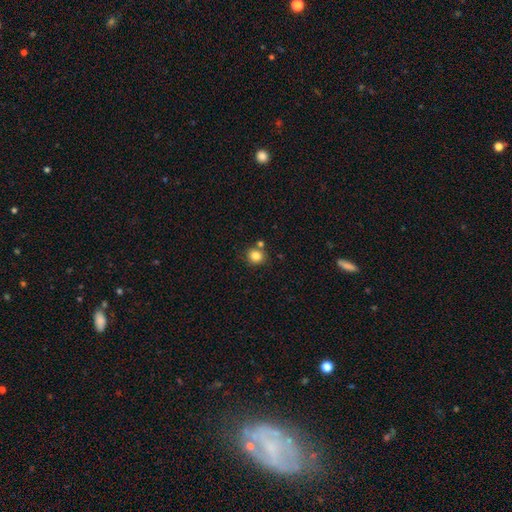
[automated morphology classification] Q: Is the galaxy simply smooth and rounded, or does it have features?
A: smooth — 84%.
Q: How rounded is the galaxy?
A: round — 85%.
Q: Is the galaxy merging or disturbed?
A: none — 75%.